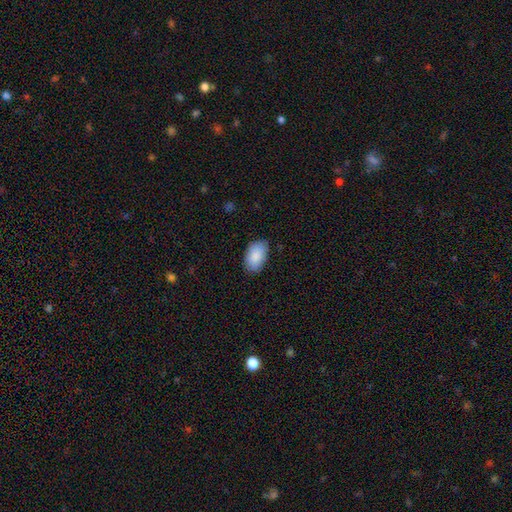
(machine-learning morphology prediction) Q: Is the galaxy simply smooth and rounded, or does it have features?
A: smooth — 89%.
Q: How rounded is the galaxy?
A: in between — 94%.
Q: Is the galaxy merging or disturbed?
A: none — 82%.